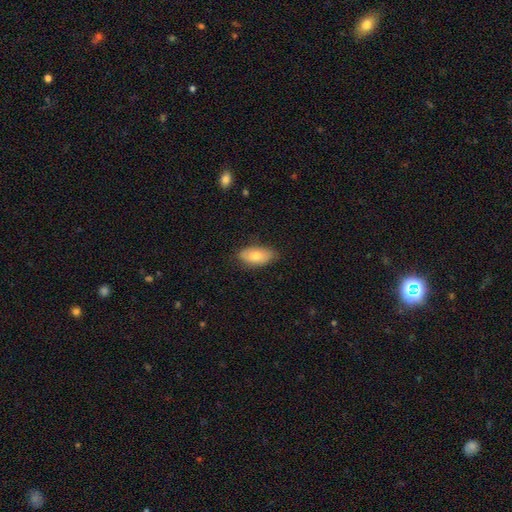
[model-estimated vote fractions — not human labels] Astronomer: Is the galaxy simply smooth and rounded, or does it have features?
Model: smooth — 74%.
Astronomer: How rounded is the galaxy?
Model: in between — 87%.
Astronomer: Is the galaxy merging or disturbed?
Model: none — 81%.